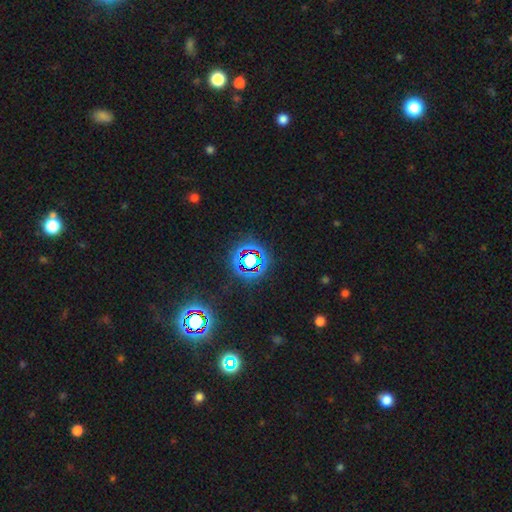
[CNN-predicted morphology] star or artifact 75%, smooth 16%, featured or disk 9%.